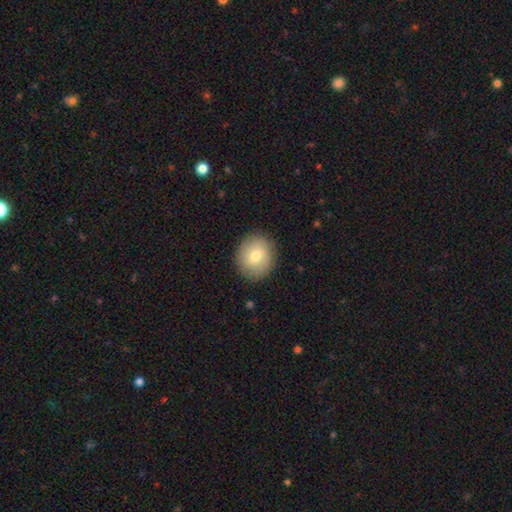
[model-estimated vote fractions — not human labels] This is likely a smooth galaxy (77%). How rounded: likely round (78%). Merging: clearly none (88%).